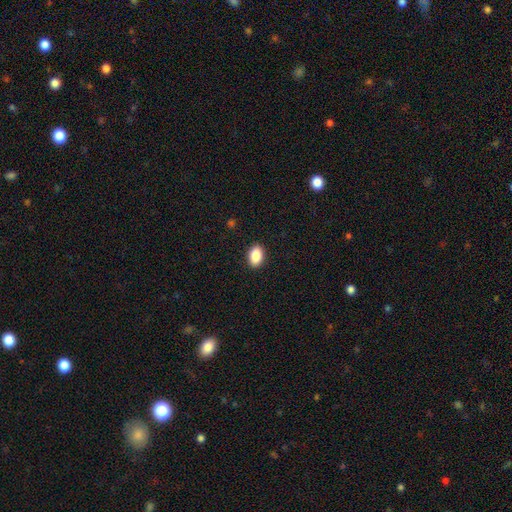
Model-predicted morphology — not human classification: A smooth galaxy with no disk features (88%) that is in between round and cigar-shaped (88%). Merging: none (90%).